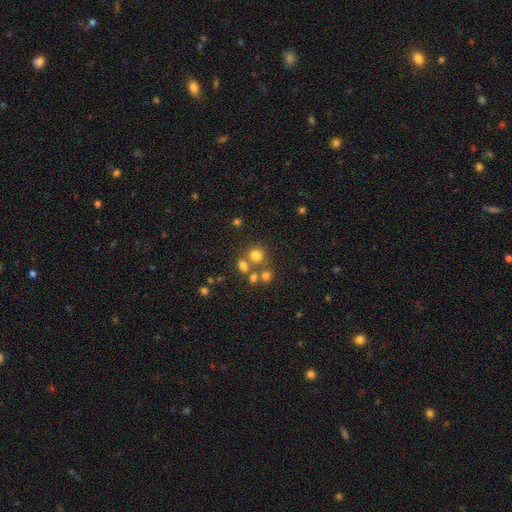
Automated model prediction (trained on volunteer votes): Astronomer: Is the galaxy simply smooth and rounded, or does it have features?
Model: smooth — 69%.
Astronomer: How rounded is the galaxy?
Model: round — 67%.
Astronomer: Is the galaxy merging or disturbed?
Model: none — 54% (runner-up: merger, 30%).